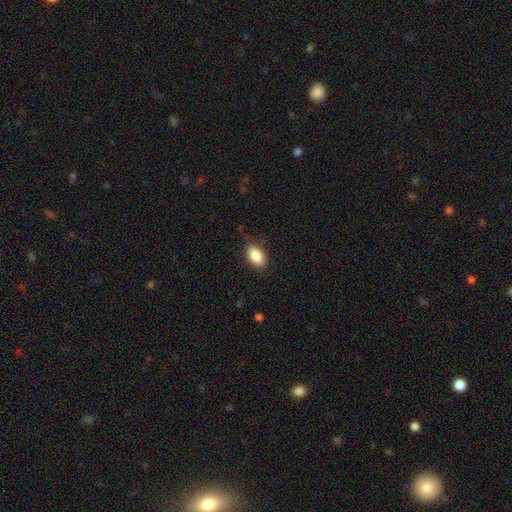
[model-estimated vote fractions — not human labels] Overall: smooth (88%). How rounded: in between (93%). Merging: none (86%).